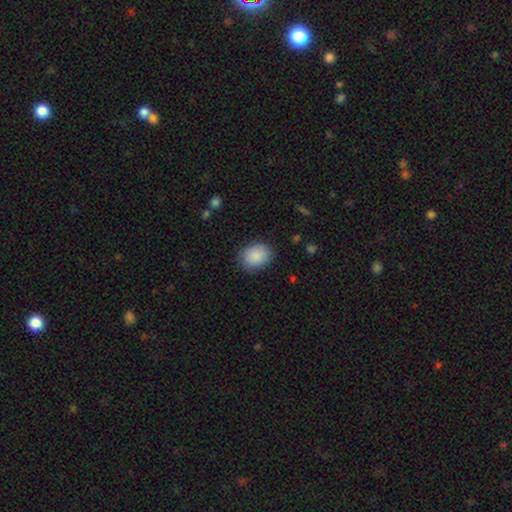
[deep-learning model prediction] Q: Smooth or featured?
A: smooth (89%); runner-up: star or artifact (7%)
Q: How rounded?
A: in between (57%); runner-up: round (42%)
Q: Merging?
A: none (82%); runner-up: minor disturbance (13%)